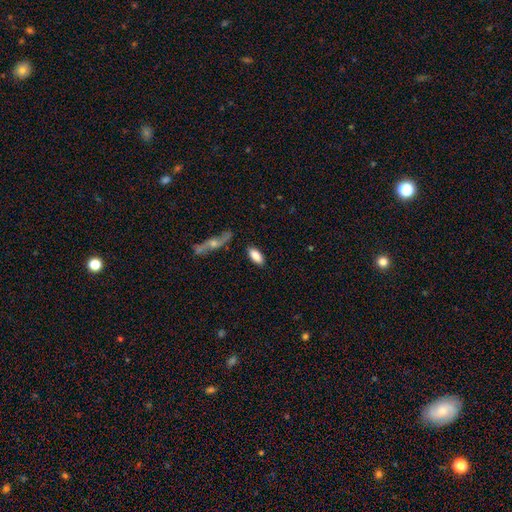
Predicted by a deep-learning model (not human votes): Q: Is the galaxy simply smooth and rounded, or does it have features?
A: smooth — 84%.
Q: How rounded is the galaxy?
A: in between — 85%.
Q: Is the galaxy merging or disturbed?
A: none — 84%.